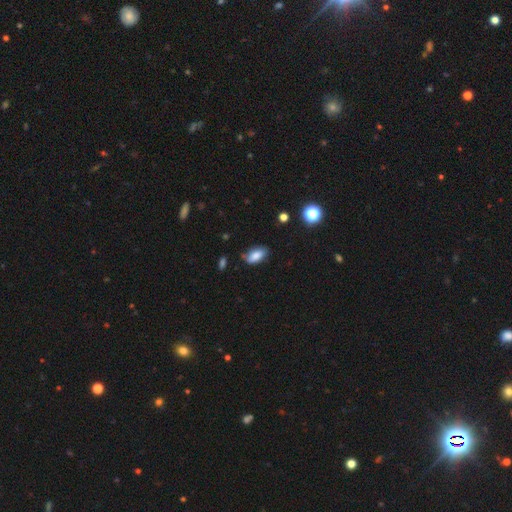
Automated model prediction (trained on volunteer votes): Smooth or featured: smooth — 83% (featured or disk — 9%)
How rounded: in between — 91% (cigar-shaped — 5%)
Merging: none — 74% (minor disturbance — 20%)